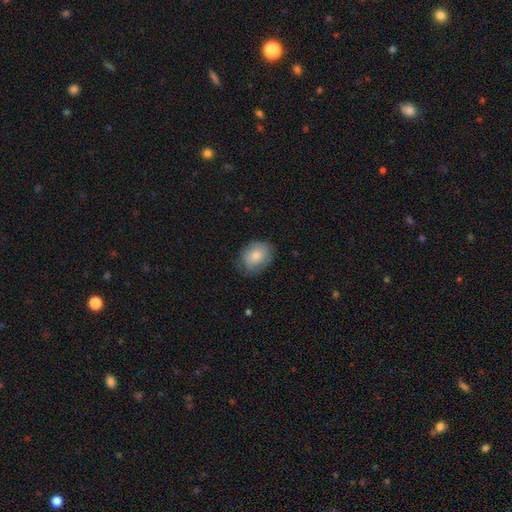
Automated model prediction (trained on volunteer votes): A smooth galaxy with no disk features (77%) that is in between round and cigar-shaped (57%). Merging: none (70%).